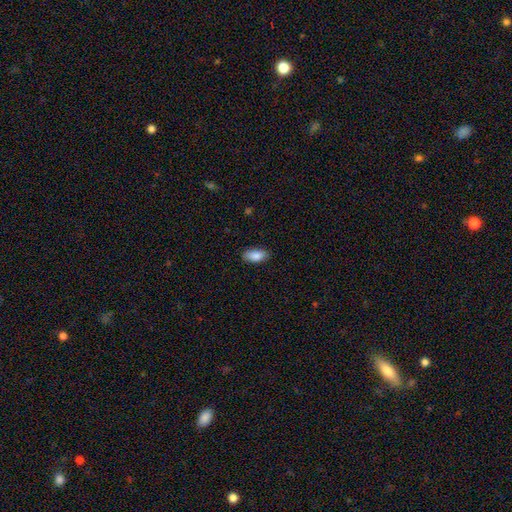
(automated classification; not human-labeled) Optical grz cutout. It shows a smooth galaxy with no disk features (87%) that is in between round and cigar-shaped (91%). Merging: none (85%).